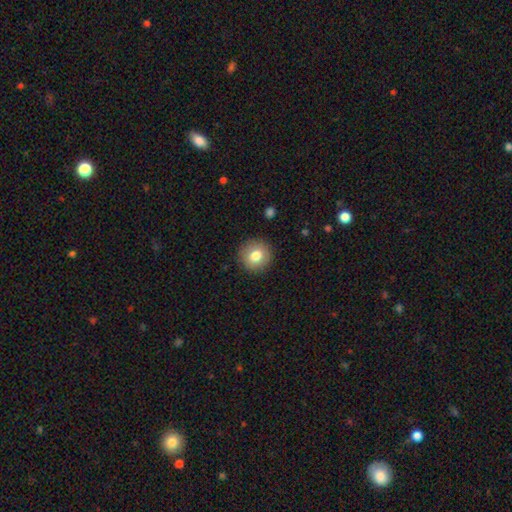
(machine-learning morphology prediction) This is likely a smooth galaxy (79%). How rounded: clearly round (92%). Merging: clearly none (90%).